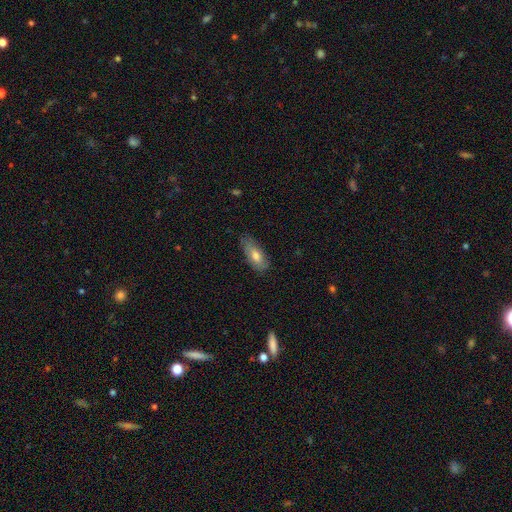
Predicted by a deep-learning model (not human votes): This appears to be a smooth galaxy with no disk features (69%) that is in between round and cigar-shaped (79%). Merging: none (69%).